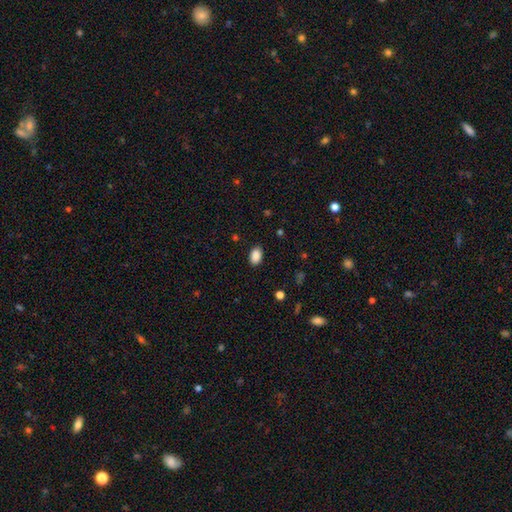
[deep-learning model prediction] Morphology: type=smooth (89%); roundness=in between (89%); merging=none (87%).